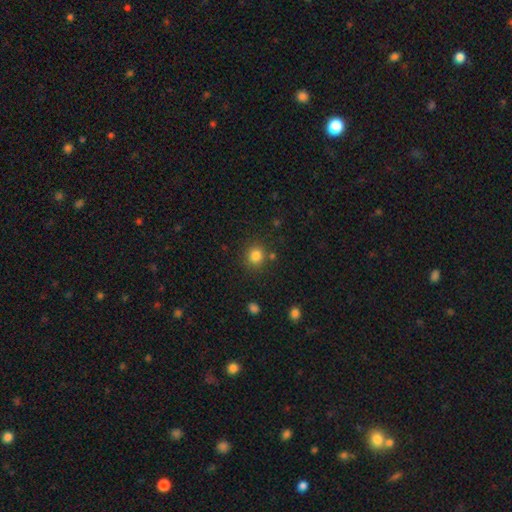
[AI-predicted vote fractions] smooth-or-featured: smooth: 83% | star or artifact: 12% | featured or disk: 5%
  how-rounded: round: 85% | in between: 14% | cigar-shaped: 1%
  merging: none: 82% | minor disturbance: 9% | merger: 5% | major disturbance: 3%